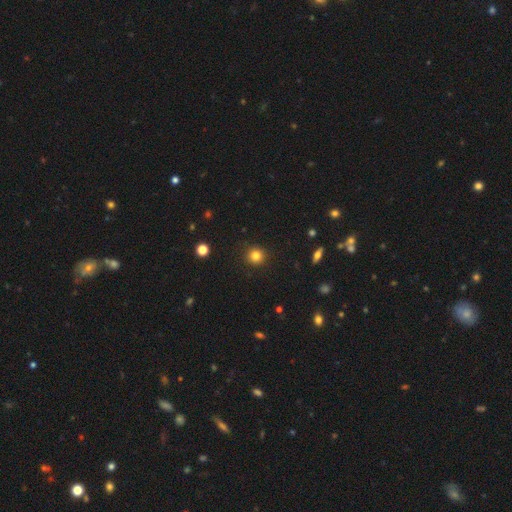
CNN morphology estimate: This is clearly a smooth galaxy (82%). How rounded: clearly round (94%). Merging: clearly none (92%).